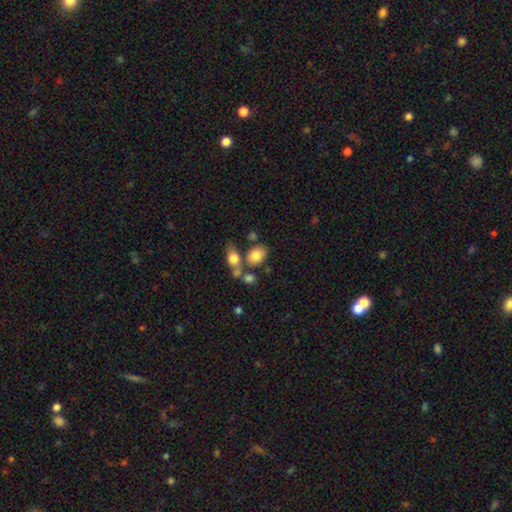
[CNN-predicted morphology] This appears to be a smooth galaxy with no disk features (80%) that is in between round and cigar-shaped (71%). Merging: none (53%).